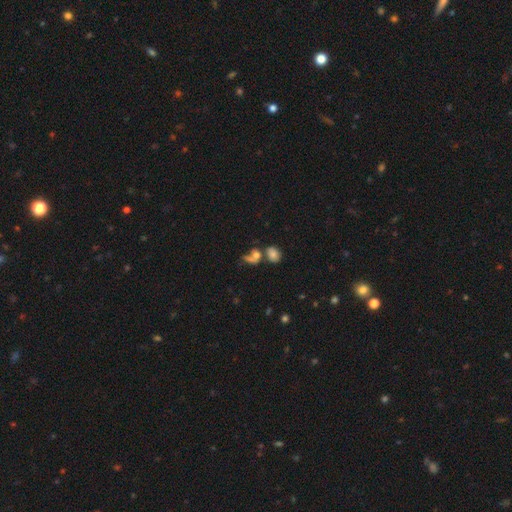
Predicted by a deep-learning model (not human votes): The model was most divided on "how rounded": in between: 49%, round: 47%, cigar-shaped: 4%. Remaining: smooth or featured — smooth (60%); merging — merger (41%).